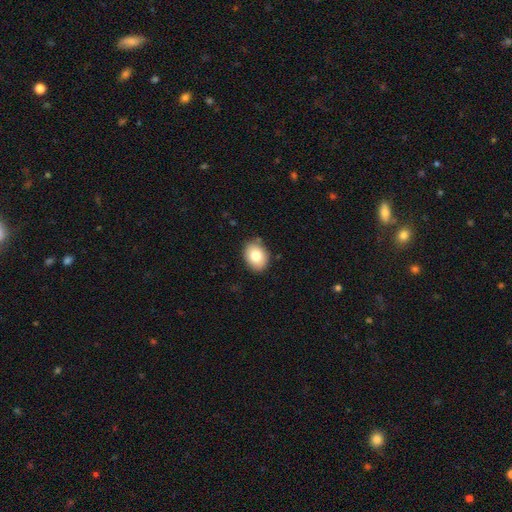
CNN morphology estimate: Smooth or featured? smooth (80%)
How rounded? in between (63%)
Merging? none (84%)